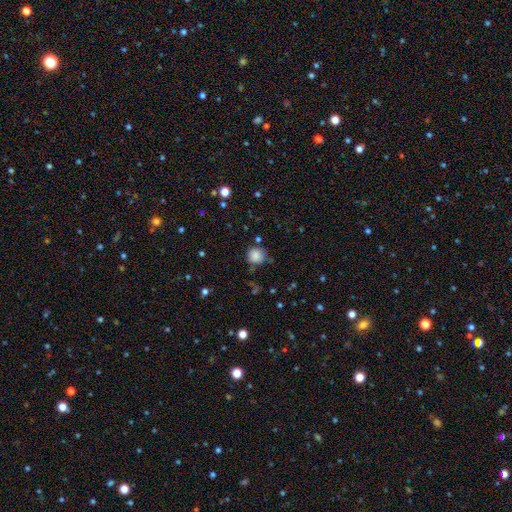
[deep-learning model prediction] Smooth or featured? smooth (85%)
How rounded? round (91%)
Merging? none (74%)